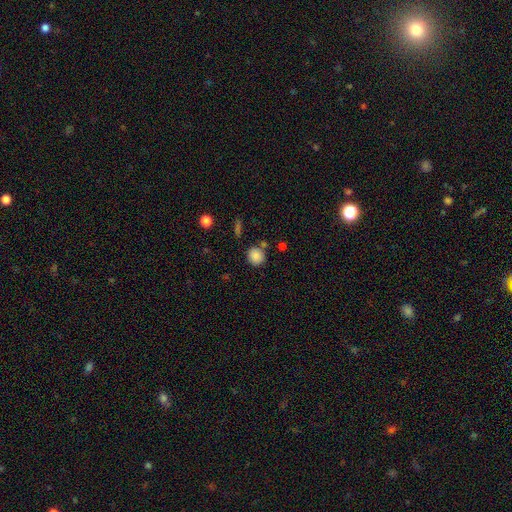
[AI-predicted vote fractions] Morphology: type=smooth (86%); roundness=round (84%); merging=none (75%).